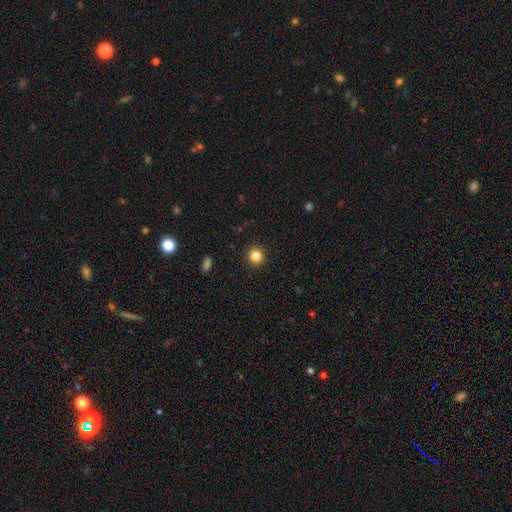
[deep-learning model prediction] Smooth or featured? smooth (85%)
How rounded? round (91%)
Merging? none (92%)